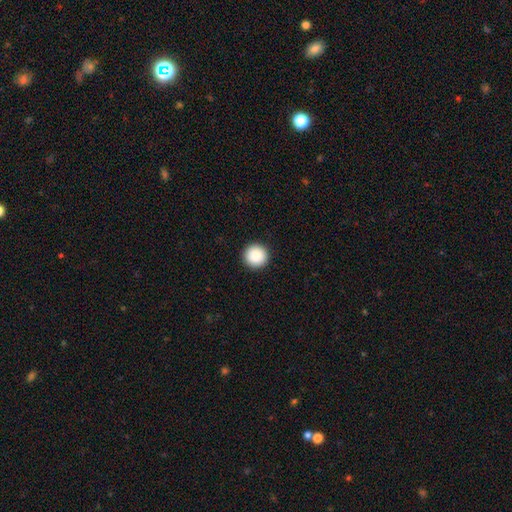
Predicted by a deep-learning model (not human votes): A smooth galaxy with no disk features (89%) that is round (96%). Merging: none (94%).